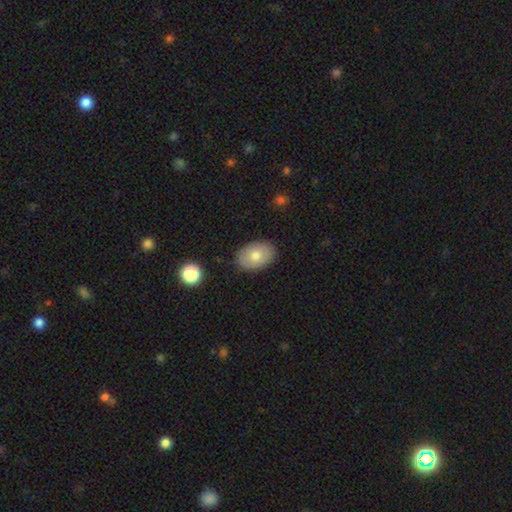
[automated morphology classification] This appears to be a smooth galaxy with no disk features (75%) that is in between round and cigar-shaped (85%). Merging: none (86%).